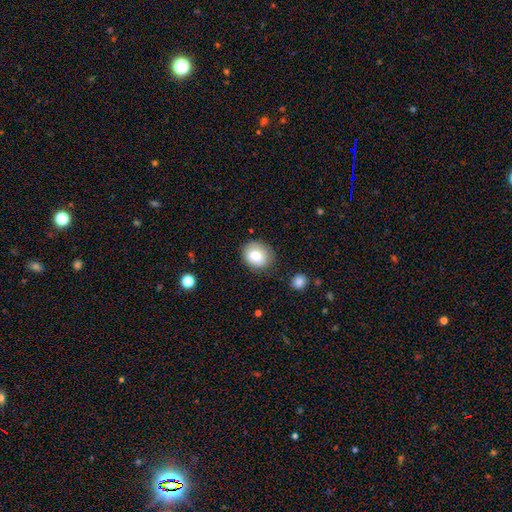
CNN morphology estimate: type=smooth (80%); roundness=round (66%); merging=none (77%).